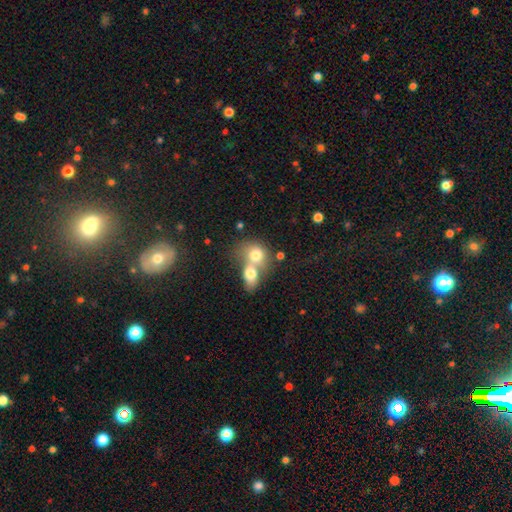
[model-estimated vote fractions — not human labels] The model was most divided on "how rounded": round: 53%, in between: 46%, cigar-shaped: 1%. More confident: smooth or featured — smooth (74%); merging — merger (72%).